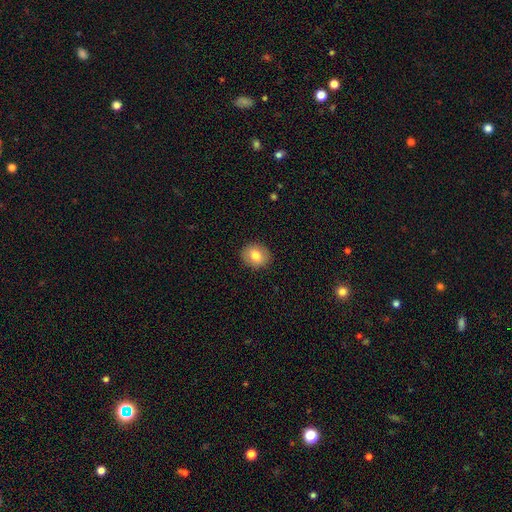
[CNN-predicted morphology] A smooth galaxy with no disk features (78%) that is round (65%). Merging: none (91%).